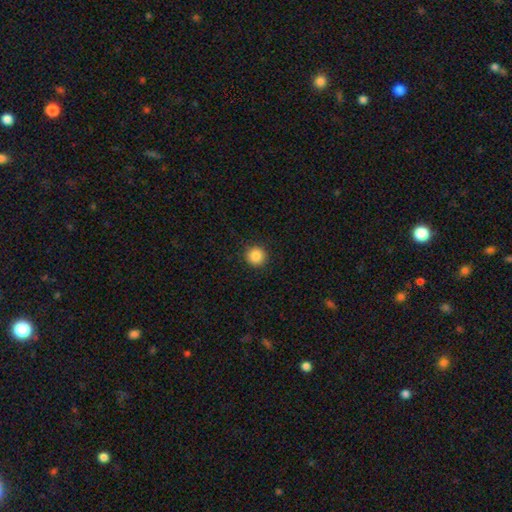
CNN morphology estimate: A smooth galaxy with no disk features (87%) that is round (94%). Merging: none (91%).